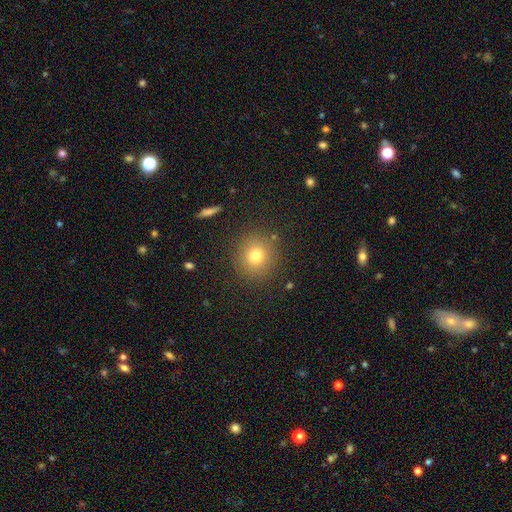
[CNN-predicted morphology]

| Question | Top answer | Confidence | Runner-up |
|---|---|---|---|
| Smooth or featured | smooth | 75% | star or artifact (15%) |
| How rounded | round | 90% | in between (9%) |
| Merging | none | 88% | minor disturbance (7%) |